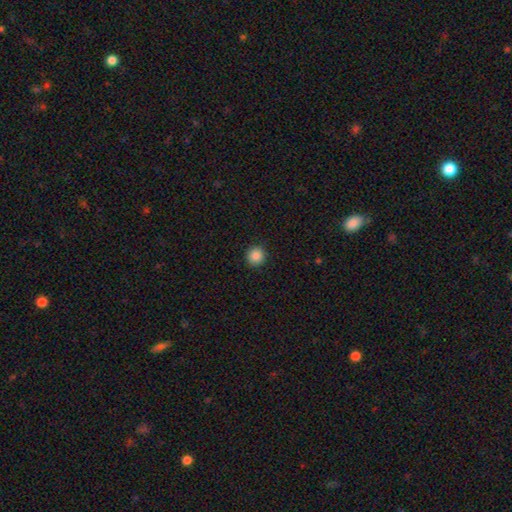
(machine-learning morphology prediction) A smooth galaxy with no disk features (87%) that is round (94%). Merging: none (92%).